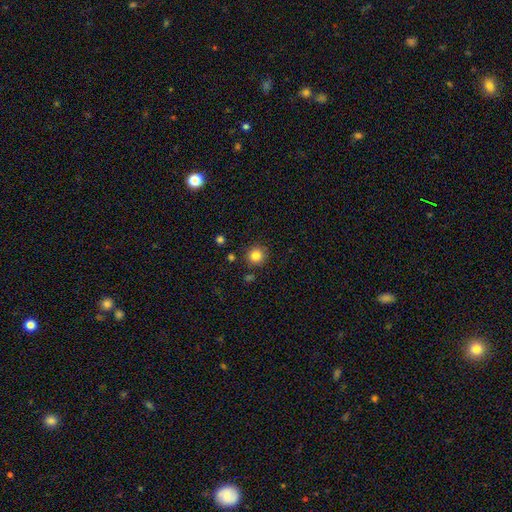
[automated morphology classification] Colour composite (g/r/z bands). It shows a smooth galaxy with no disk features (84%) that is round (93%). Merging: none (86%).